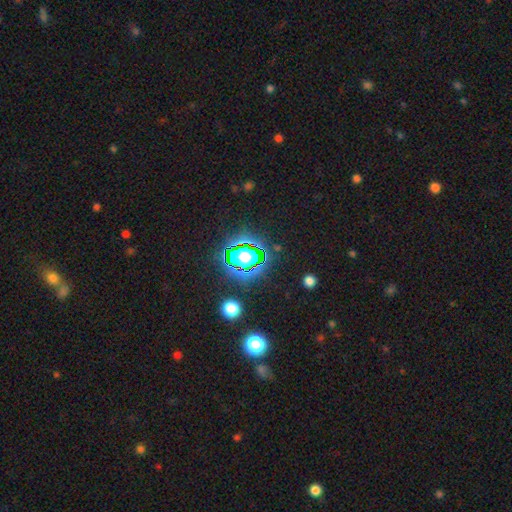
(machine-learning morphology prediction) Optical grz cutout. It shows a star or artifact, not a galaxy (80%).